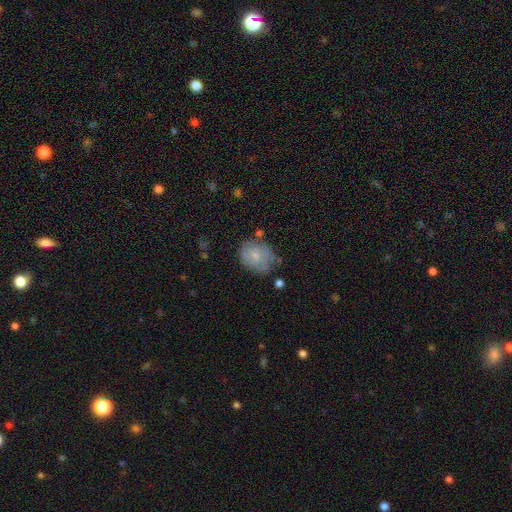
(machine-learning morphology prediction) Smooth or featured: smooth — 70% (featured or disk — 22%)
How rounded: round — 57% (in between — 42%)
Merging: none — 57% (minor disturbance — 29%)